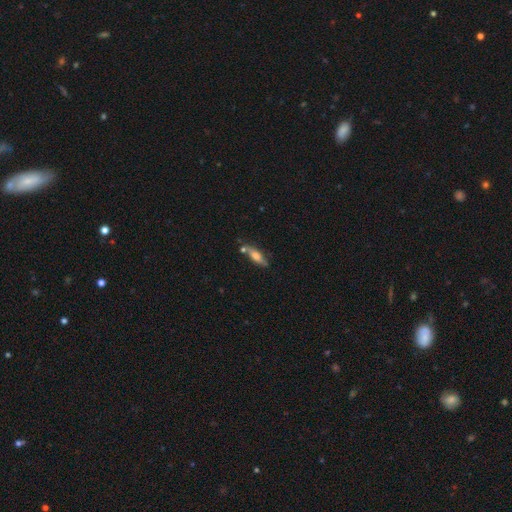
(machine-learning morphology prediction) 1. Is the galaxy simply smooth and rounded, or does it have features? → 53% smooth, 40% featured or disk, 7% star or artifact.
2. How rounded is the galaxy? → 55% cigar-shaped, 43% in between, 3% round.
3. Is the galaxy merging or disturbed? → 69% none, 17% minor disturbance, 11% merger, 4% major disturbance.